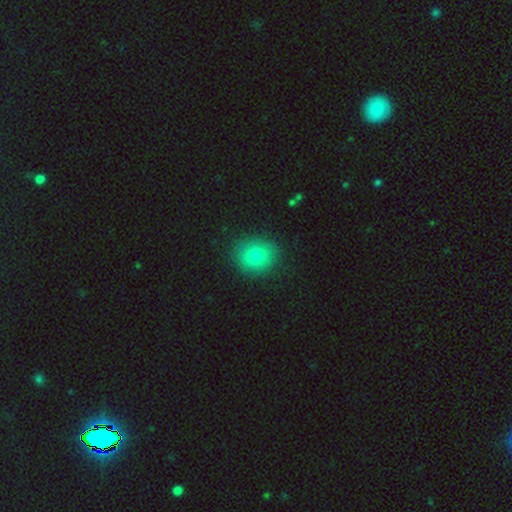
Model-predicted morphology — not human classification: The model was most divided on "how rounded": round: 72%, in between: 26%, cigar-shaped: 1%. More confident: merging — none (86%); smooth or featured — smooth (80%).